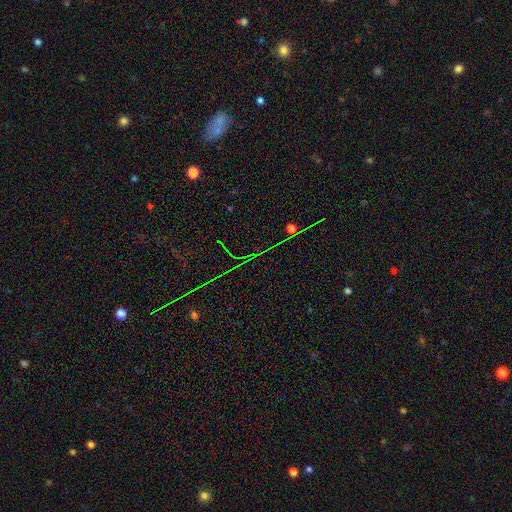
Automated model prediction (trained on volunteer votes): star or artifact 77%, smooth 12%, featured or disk 11%.